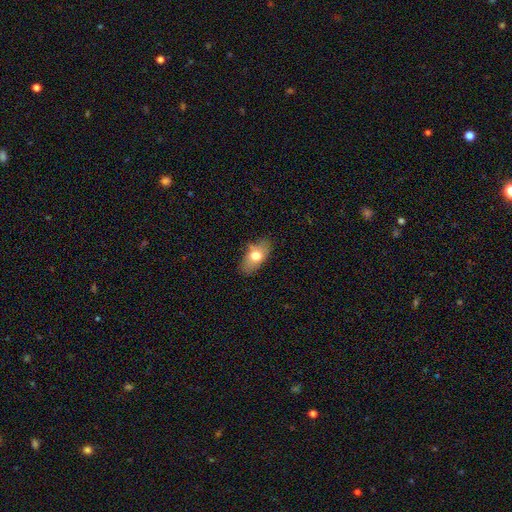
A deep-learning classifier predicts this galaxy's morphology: Overall: smooth (70%). How rounded: in between (89%). Merging: none (79%).